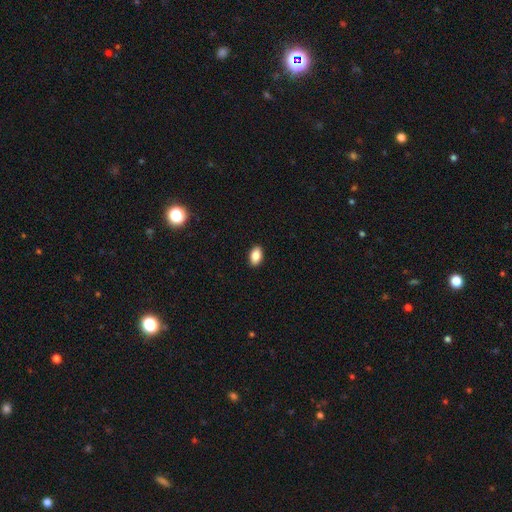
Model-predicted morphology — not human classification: This appears to be a smooth galaxy with no disk features (86%) that is in between round and cigar-shaped (91%). Merging: none (91%).